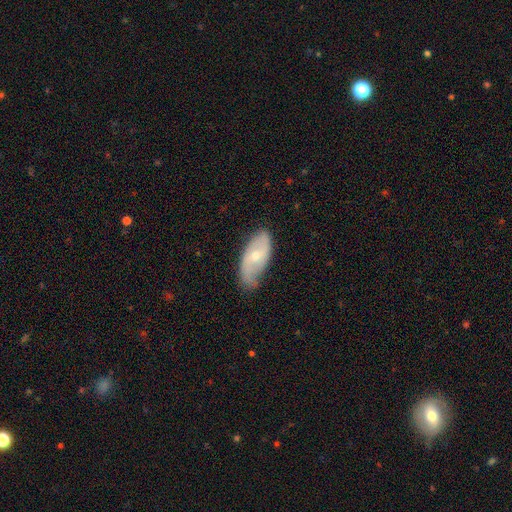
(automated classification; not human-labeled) Smooth or featured: featured or disk — 54% (smooth — 39%)
Edge-on disk: no — 89% (yes — 11%)
Merging: none — 60% (minor disturbance — 31%)